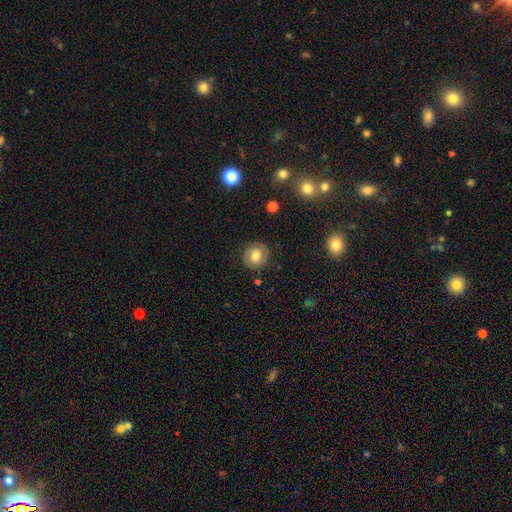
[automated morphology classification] This is likely a smooth galaxy (68%). How rounded: clearly round (86%). Merging: clearly none (85%).